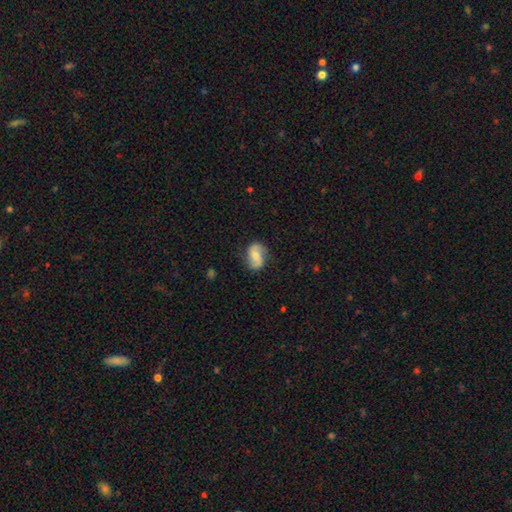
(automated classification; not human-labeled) A featured or disk galaxy (64%) with no bar (44%), 2 (91%) loose (50%) spiral arms (92%) and a moderate central bulge (55%). Merging: none (80%).